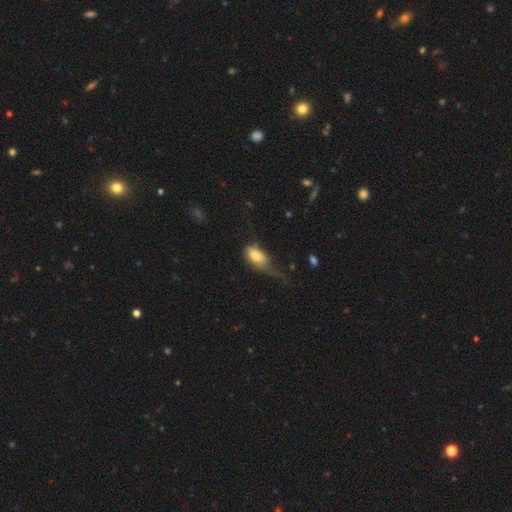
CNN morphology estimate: Overall: smooth (76%). How rounded: in between (90%). Merging: major disturbance (40%; minor disturbance 32%).